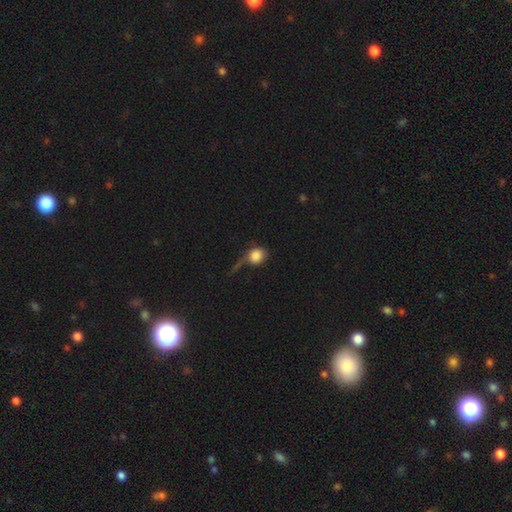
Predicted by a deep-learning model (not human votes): This is clearly a smooth galaxy (82%). How rounded: likely round (75%). Merging: marginally none (38%).